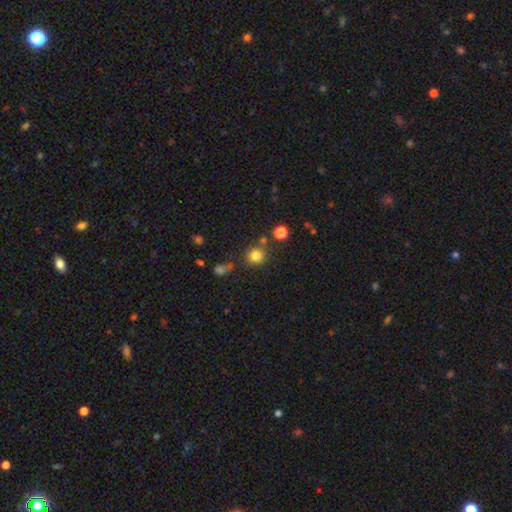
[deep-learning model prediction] Morphology: type=smooth (80%); roundness=round (89%); merging=none (78%).